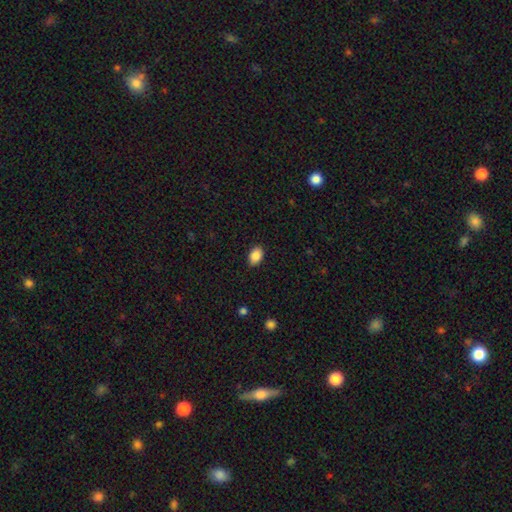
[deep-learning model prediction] The model was most divided on "how rounded": in between: 86%, round: 12%, cigar-shaped: 1%. More confident: merging — none (88%); smooth or featured — smooth (87%).